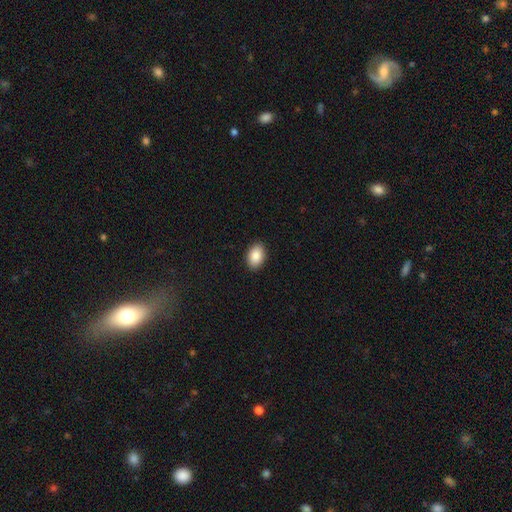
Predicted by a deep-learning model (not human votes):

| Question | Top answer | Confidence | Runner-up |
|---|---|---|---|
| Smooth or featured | smooth | 88% | star or artifact (7%) |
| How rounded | in between | 88% | round (11%) |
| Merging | none | 90% | minor disturbance (7%) |